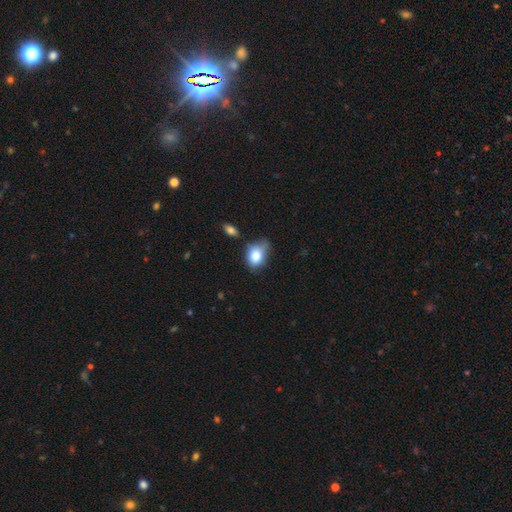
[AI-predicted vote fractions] A smooth galaxy with no disk features (79%) that is in between round and cigar-shaped (65%). Merging: none (41%).